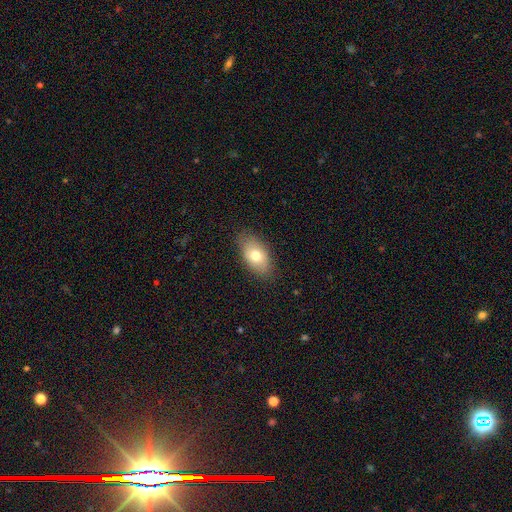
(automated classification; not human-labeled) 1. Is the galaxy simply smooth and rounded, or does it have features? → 73% smooth, 19% featured or disk, 8% star or artifact.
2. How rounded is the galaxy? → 90% in between, 7% round, 3% cigar-shaped.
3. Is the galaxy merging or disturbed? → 82% none, 14% minor disturbance, 3% major disturbance, 1% merger.